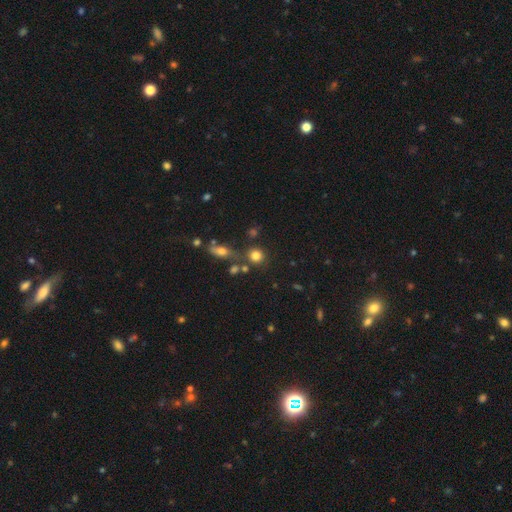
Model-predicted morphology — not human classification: smooth 78%, star or artifact 13%, featured or disk 9%. Down the decision tree: how rounded — round (86%); merging — none (69%).